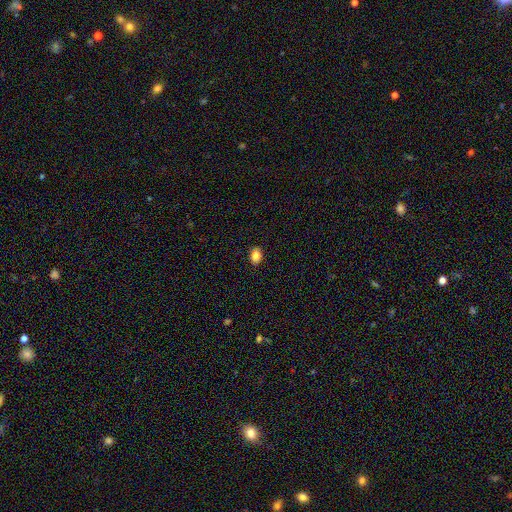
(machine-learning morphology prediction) smooth-or-featured: smooth: 85% | star or artifact: 9% | featured or disk: 6%
  how-rounded: in between: 71% | round: 28% | cigar-shaped: 1%
  merging: none: 89% | minor disturbance: 8% | major disturbance: 2% | merger: 1%